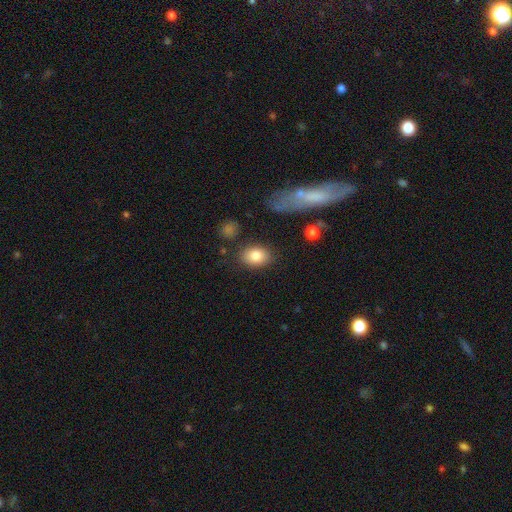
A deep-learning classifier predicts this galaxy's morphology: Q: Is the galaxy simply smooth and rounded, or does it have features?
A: smooth — 82%.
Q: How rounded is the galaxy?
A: in between — 75%.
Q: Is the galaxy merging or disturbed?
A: none — 81%.